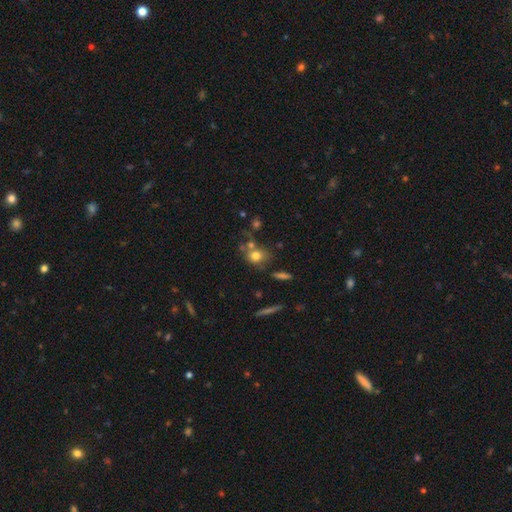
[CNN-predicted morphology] The model was most divided on "merging": none: 48%, merger: 27%, minor disturbance: 16%, major disturbance: 9%. More confident: smooth or featured — smooth (72%); how rounded — round (63%).